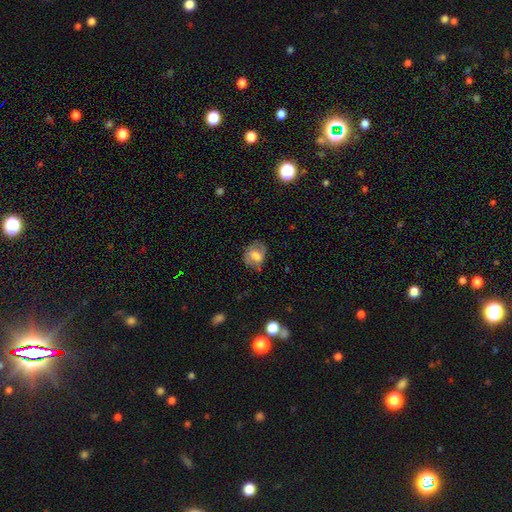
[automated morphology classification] Smooth or featured: smooth — 58% (featured or disk — 33%)
How rounded: in between — 52% (round — 46%)
Merging: none — 61% (minor disturbance — 25%)